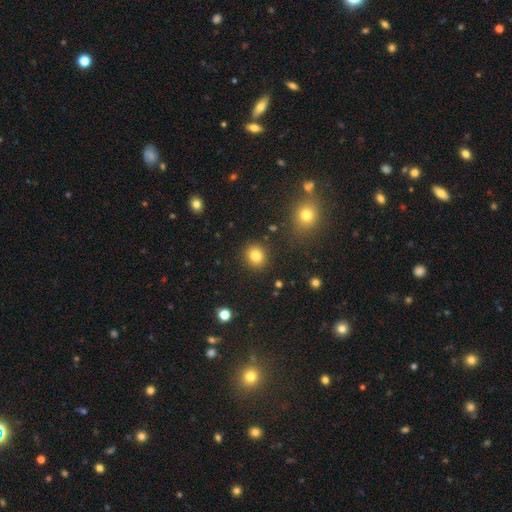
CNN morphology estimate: smooth-or-featured: smooth: 82% | star or artifact: 11% | featured or disk: 6%
  how-rounded: round: 81% | in between: 18% | cigar-shaped: 1%
  merging: none: 89% | minor disturbance: 7% | major disturbance: 3% | merger: 2%